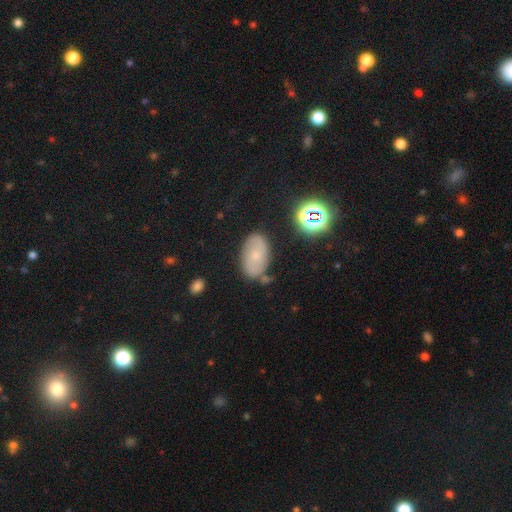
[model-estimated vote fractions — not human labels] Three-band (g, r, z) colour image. It shows a smooth galaxy with no disk features (49%). Merging: none (72%).